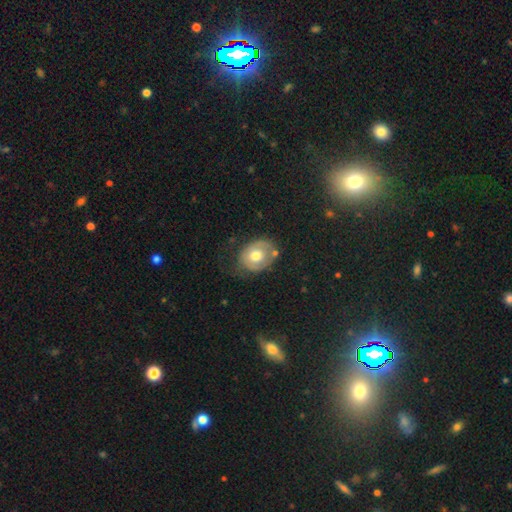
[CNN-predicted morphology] A smooth galaxy with no disk features (56%) that is in between round and cigar-shaped (52%). Merging: none (54%).